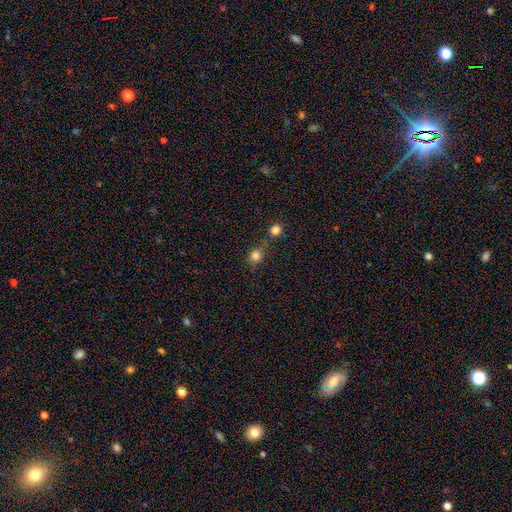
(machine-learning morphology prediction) type=smooth (81%); roundness=round (82%); merging=none (65%).